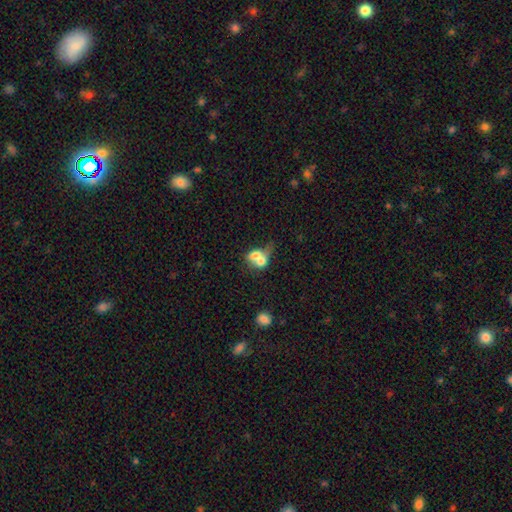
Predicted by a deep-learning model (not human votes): Morphology: type=smooth (66%); roundness=in between (54%); merging=merger (74%).